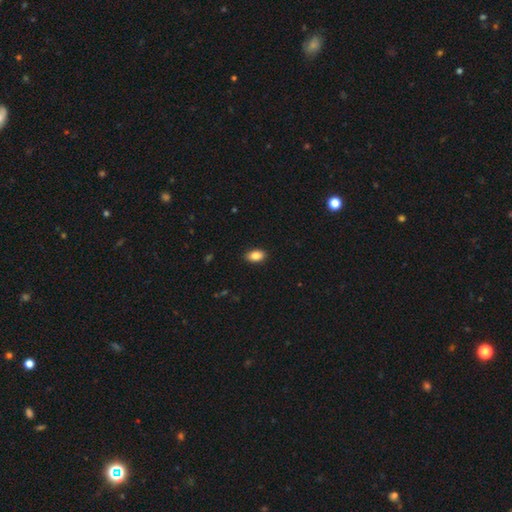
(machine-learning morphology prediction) A smooth galaxy with no disk features (86%) that is in between round and cigar-shaped (89%).

Vote fractions:
- Smooth or featured? smooth: 86% / star or artifact: 8% / featured or disk: 6%
- How rounded? in between: 89% / round: 9% / cigar-shaped: 2%
- Merging? none: 89% / minor disturbance: 8% / major disturbance: 2% / merger: 1%